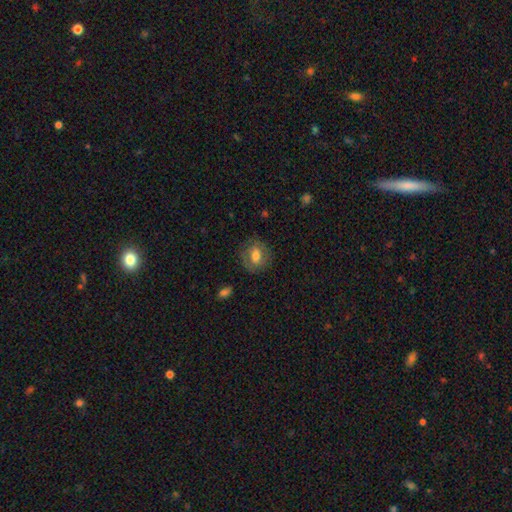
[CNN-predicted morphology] The model was most divided on "how rounded": round: 61%, in between: 38%, cigar-shaped: 1%. More confident: merging — none (78%); smooth or featured — smooth (61%).